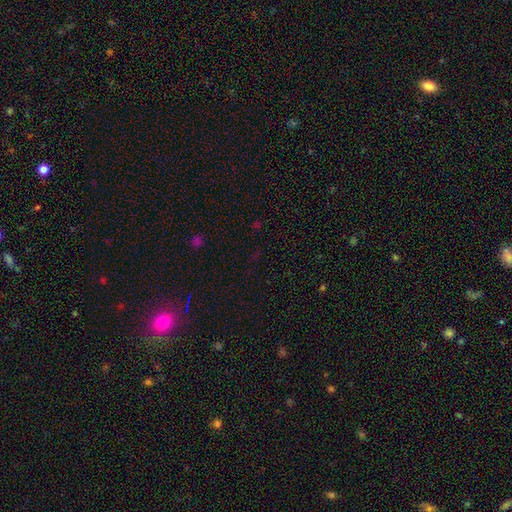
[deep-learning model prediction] Smooth or featured?
  - star or artifact: 67% *
  - smooth: 25%
  - featured or disk: 8%